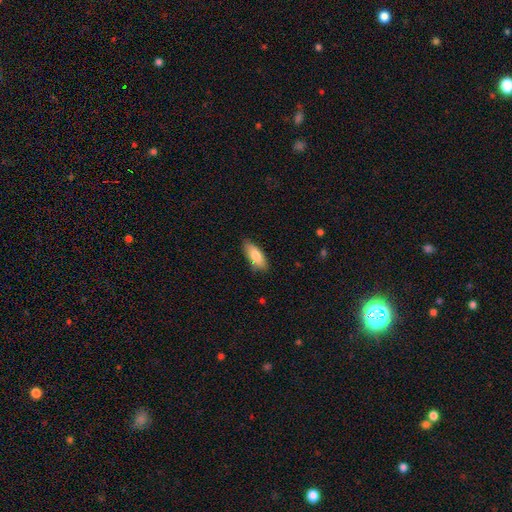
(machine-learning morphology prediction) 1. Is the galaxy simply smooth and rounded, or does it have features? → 81% smooth, 13% featured or disk, 6% star or artifact.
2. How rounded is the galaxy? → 75% in between, 23% cigar-shaped, 2% round.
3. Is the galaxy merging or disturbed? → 78% none, 18% minor disturbance, 3% major disturbance, 1% merger.